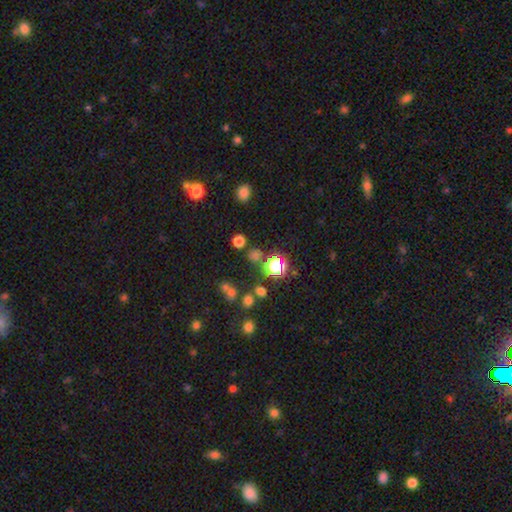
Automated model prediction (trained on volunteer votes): Q: Smooth or featured?
A: star or artifact (58%); runner-up: smooth (34%)